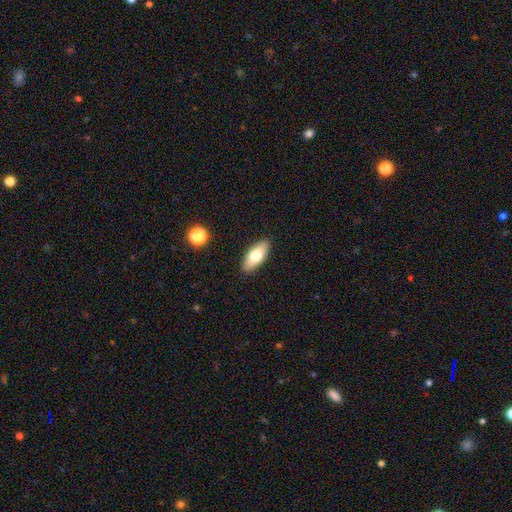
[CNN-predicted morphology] smooth-or-featured: smooth: 71% | featured or disk: 22% | star or artifact: 7%
  how-rounded: in between: 82% | cigar-shaped: 16% | round: 3%
  merging: none: 89% | minor disturbance: 8% | major disturbance: 2% | merger: 1%